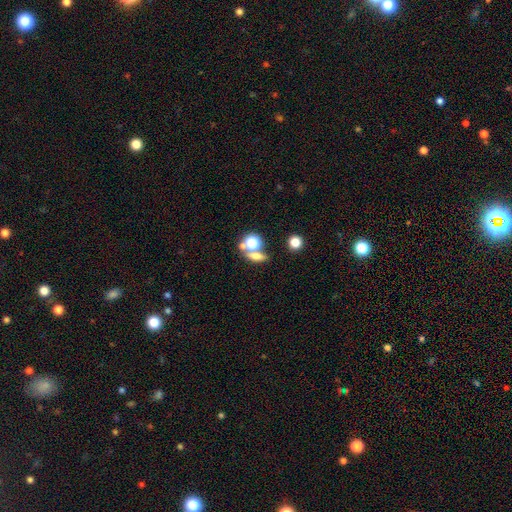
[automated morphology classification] smooth_or_featured: smooth (p=0.61) [alt: featured or disk p=0.20]
how_rounded: in between (p=0.41) [tied with: round p=0.41]
merging: none (p=0.55) [alt: merger p=0.31]